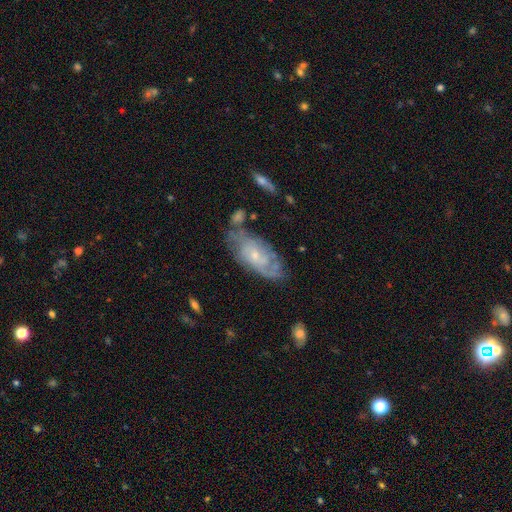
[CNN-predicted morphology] Overall: featured or disk (71%). Edge-on disk: no (91%). Bar: no (72%). Spiral arms: yes (85%). Spiral arm count: can't tell (48%; 2 28%). Spiral winding: tight (55%; medium 33%). Bulge size: small (66%; moderate 28%). Merging: none (61%; minor disturbance 24%).